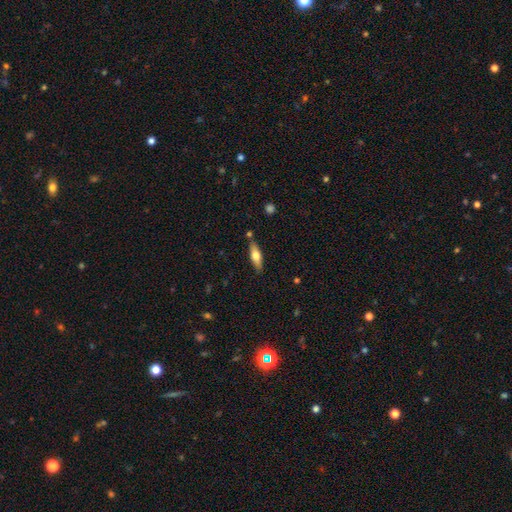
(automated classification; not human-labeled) Smooth or featured?
  - smooth: 55% *
  - featured or disk: 39%
  - star or artifact: 6%
How rounded?
  - cigar-shaped: 52% *
  - in between: 45%
  - round: 2%
Merging?
  - none: 82% *
  - minor disturbance: 12%
  - merger: 4%
  - major disturbance: 2%